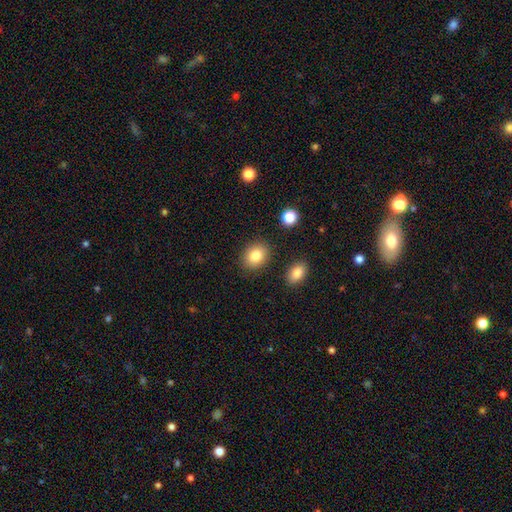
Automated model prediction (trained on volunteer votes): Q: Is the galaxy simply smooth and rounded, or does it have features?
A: smooth — 83%.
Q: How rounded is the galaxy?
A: in between — 57%.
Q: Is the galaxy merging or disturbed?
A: none — 85%.